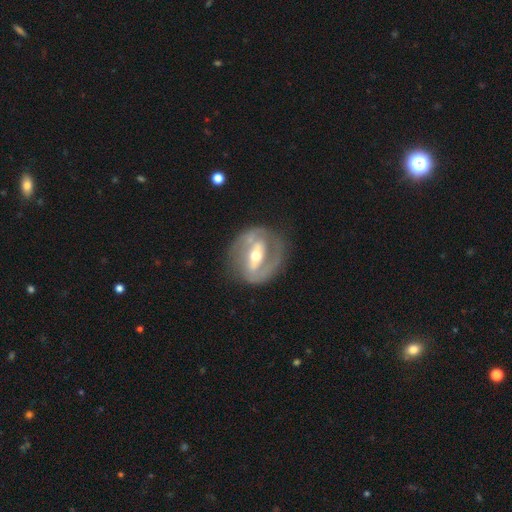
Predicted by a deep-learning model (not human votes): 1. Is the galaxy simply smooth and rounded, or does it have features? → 83% featured or disk, 12% smooth, 5% star or artifact.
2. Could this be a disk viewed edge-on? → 94% no, 6% yes.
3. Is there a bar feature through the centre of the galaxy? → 60% strong, 27% weak, 13% no.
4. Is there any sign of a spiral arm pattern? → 73% yes, 27% no.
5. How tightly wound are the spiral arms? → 44% tight, 40% medium, 16% loose.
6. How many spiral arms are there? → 75% 2, 12% can't tell, 9% 1, 2% 3, 1% 4, 1% more than 4.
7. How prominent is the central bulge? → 65% moderate, 29% small, 4% large, 1% dominant, 1% none.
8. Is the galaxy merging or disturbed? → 73% none, 15% minor disturbance, 9% major disturbance, 2% merger.